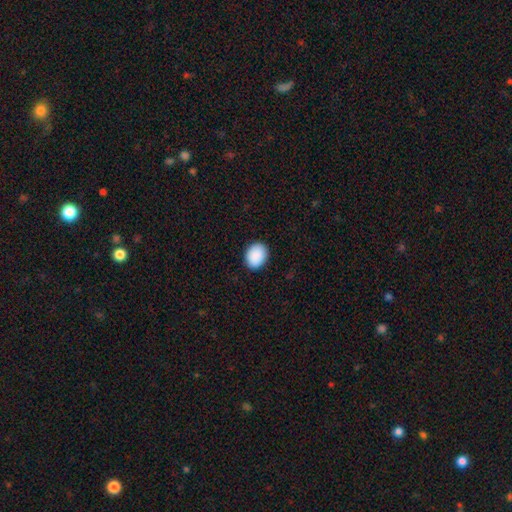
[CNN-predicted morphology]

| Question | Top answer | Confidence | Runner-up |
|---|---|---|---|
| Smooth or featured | smooth | 91% | star or artifact (7%) |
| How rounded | in between | 55% | round (44%) |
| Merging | none | 89% | minor disturbance (8%) |